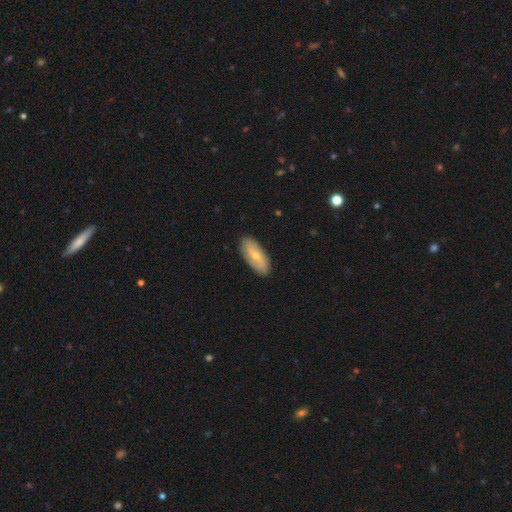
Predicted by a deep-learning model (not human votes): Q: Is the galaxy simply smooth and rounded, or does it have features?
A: featured or disk — 48%.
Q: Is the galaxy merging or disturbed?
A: none — 86%.